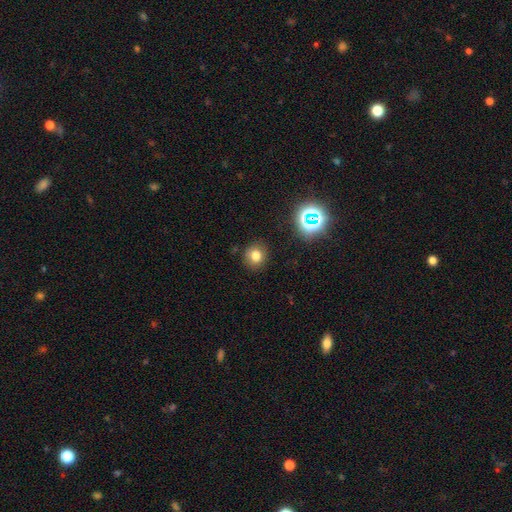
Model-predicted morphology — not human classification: The model was most divided on "how rounded": round: 77%, in between: 22%, cigar-shaped: 1%. More confident: merging — none (86%); smooth or featured — smooth (75%).